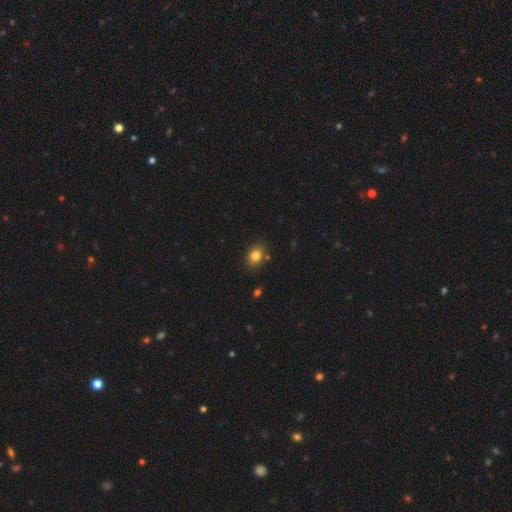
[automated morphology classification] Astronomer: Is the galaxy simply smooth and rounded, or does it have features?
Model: smooth — 81%.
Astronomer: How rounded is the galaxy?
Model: in between — 60% (runner-up: round, 39%).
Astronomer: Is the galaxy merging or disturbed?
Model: none — 81%.